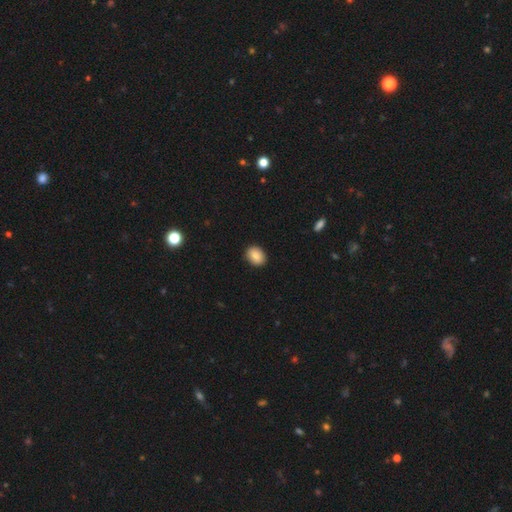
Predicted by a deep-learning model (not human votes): A smooth galaxy with no disk features (88%) that is in between round and cigar-shaped (68%).

Vote fractions:
- Smooth or featured? smooth: 88% / star or artifact: 8% / featured or disk: 4%
- How rounded? in between: 68% / round: 31% / cigar-shaped: 1%
- Merging? none: 89% / minor disturbance: 8% / major disturbance: 2% / merger: 1%